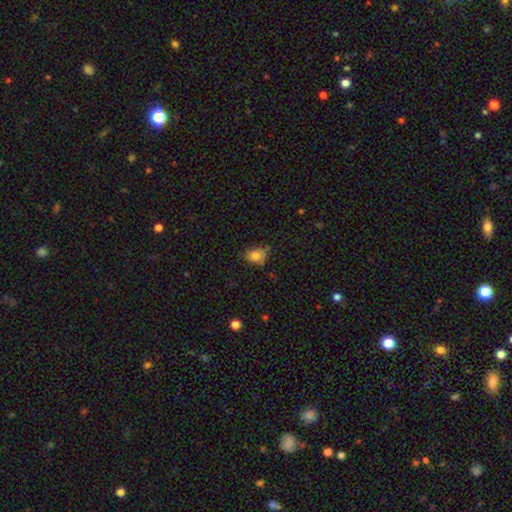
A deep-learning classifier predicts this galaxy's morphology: type=smooth (77%); roundness=in between (59%); merging=none (59%).